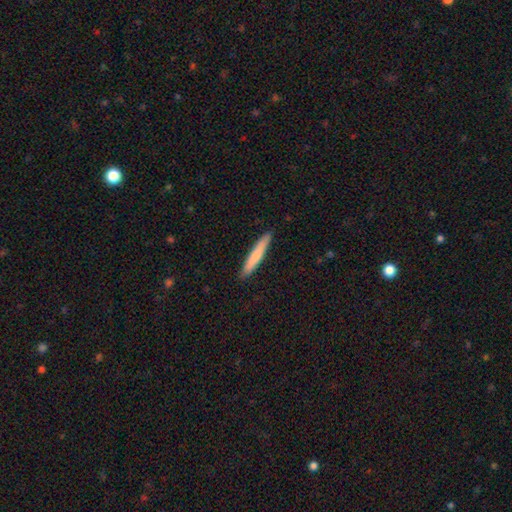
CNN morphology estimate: A smooth galaxy with no disk features (71%) that is cigar-shaped (94%). Merging: none (91%).